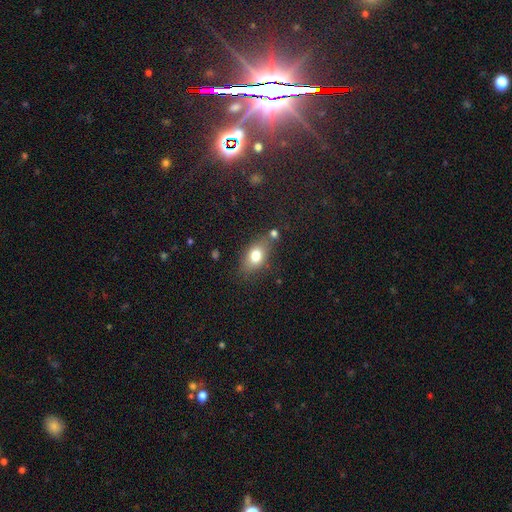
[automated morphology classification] This appears to be a smooth galaxy with no disk features (78%) that is in between round and cigar-shaped (80%). Merging: none (69%).